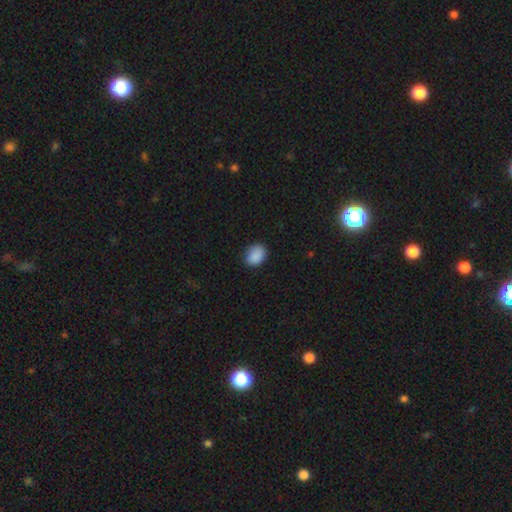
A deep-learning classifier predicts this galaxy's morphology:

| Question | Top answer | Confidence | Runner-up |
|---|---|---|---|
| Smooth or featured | smooth | 89% | star or artifact (8%) |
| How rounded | in between | 61% | round (38%) |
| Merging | none | 82% | minor disturbance (14%) |